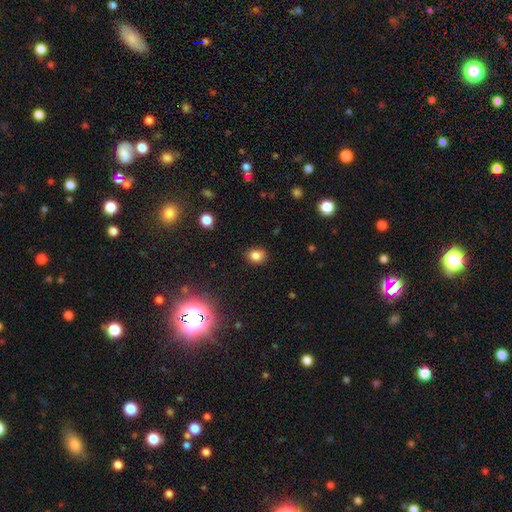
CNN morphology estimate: Overall: smooth (81%). How rounded: round (52%; in between 47%). Merging: none (85%).